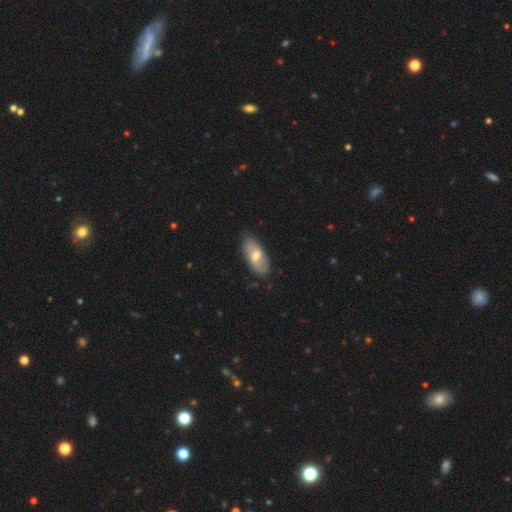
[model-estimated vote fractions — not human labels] smooth 56%, featured or disk 38%, star or artifact 6%. Down the decision tree: how rounded — in between (89%); merging — none (79%).